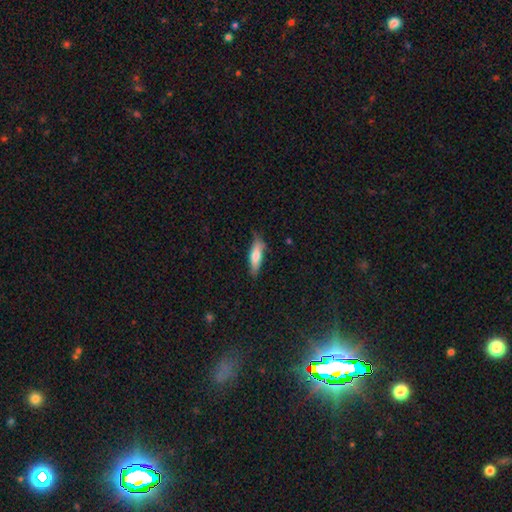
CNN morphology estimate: The model was most divided on "how rounded": cigar-shaped: 63%, in between: 35%, round: 2%. More confident: merging — none (72%); smooth or featured — smooth (70%).